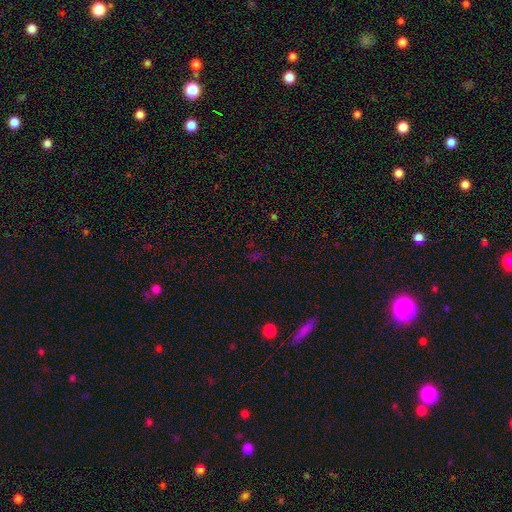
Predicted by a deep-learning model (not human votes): Smooth or featured: star or artifact — 61% (smooth — 31%)